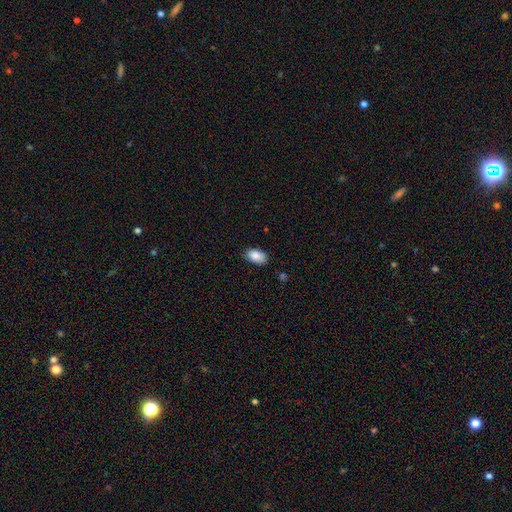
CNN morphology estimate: type=smooth (86%); roundness=in between (93%); merging=none (81%).